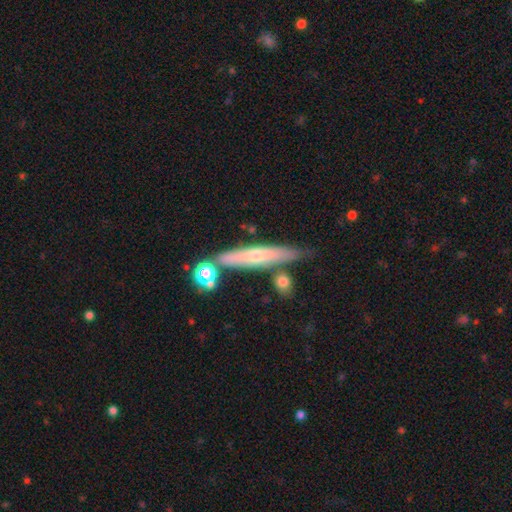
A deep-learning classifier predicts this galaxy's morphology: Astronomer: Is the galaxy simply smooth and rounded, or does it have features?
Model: featured or disk — 47% (runner-up: smooth, 45%).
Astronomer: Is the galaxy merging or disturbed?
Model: none — 75%.